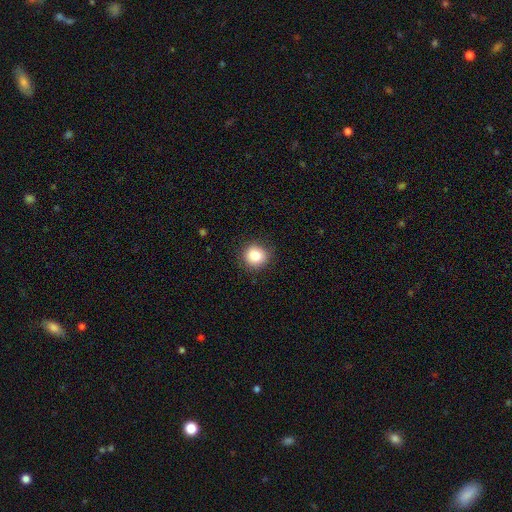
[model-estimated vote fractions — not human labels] smooth 84%, star or artifact 10%, featured or disk 6%. Down the decision tree: how rounded — round (89%); merging — none (88%).